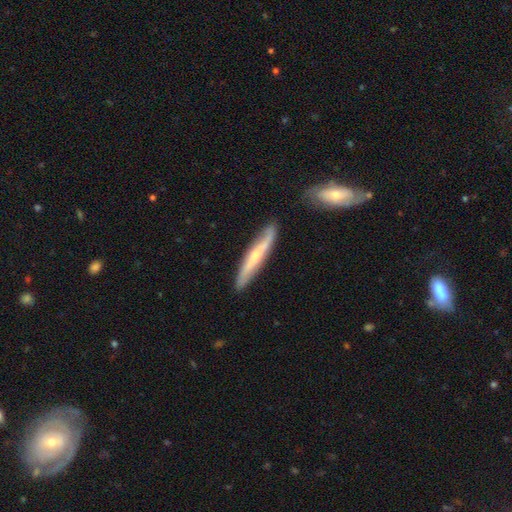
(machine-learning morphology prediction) Smooth or featured? featured or disk (57%)
Edge-on disk? yes (69%)
Merging? none (79%)